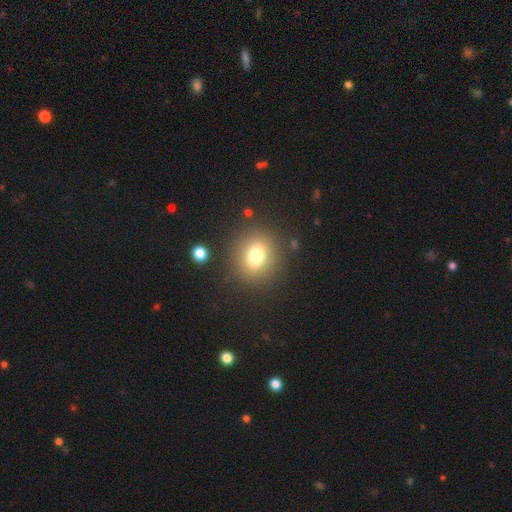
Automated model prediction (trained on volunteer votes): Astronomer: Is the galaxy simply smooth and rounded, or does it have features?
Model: smooth — 75%.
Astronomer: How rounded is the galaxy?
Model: round — 74%.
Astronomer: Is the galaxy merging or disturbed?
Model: none — 85%.